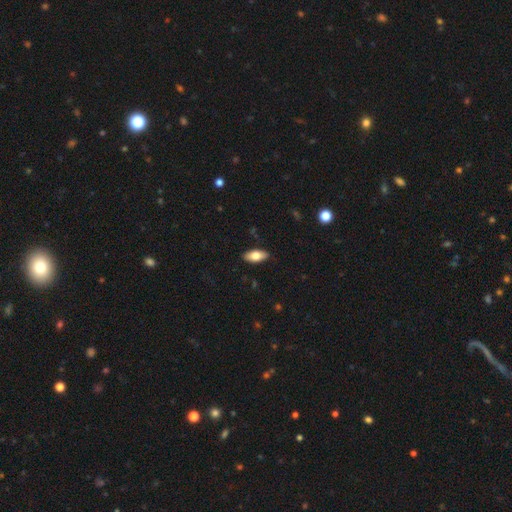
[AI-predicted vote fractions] Smooth or featured?
  - smooth: 75% *
  - featured or disk: 19%
  - star or artifact: 6%
How rounded?
  - in between: 88% *
  - cigar-shaped: 10%
  - round: 2%
Merging?
  - none: 88% *
  - minor disturbance: 9%
  - major disturbance: 2%
  - merger: 1%